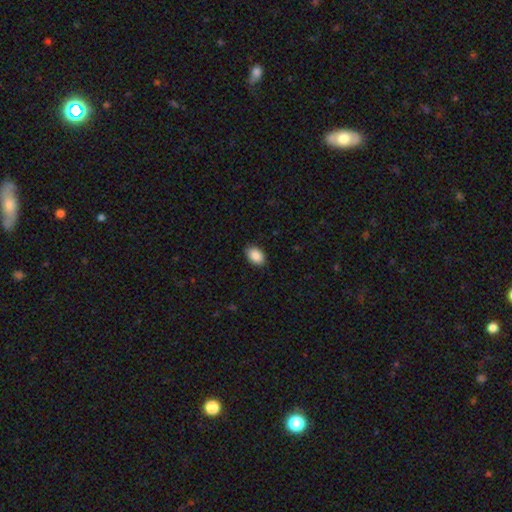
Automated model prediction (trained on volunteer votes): A smooth galaxy with no disk features (90%) that is in between round and cigar-shaped (86%).

Vote fractions:
- Smooth or featured? smooth: 90% / star or artifact: 7% / featured or disk: 3%
- How rounded? in between: 86% / round: 13% / cigar-shaped: 1%
- Merging? none: 88% / minor disturbance: 9% / major disturbance: 2% / merger: 1%